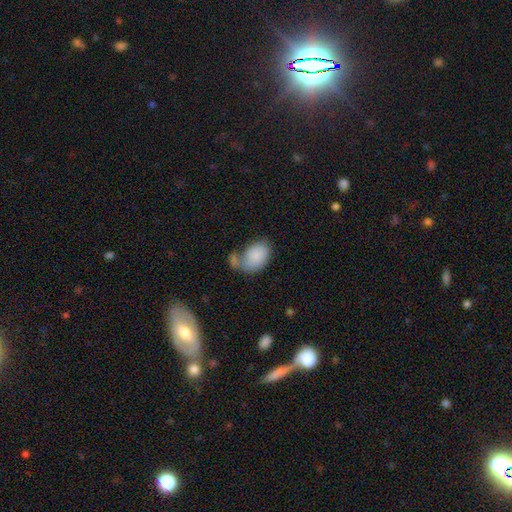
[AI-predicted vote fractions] smooth-or-featured: smooth: 83% | featured or disk: 10% | star or artifact: 7%
  how-rounded: in between: 86% | round: 13% | cigar-shaped: 1%
  merging: none: 35% | merger: 28% | minor disturbance: 20% | major disturbance: 17%